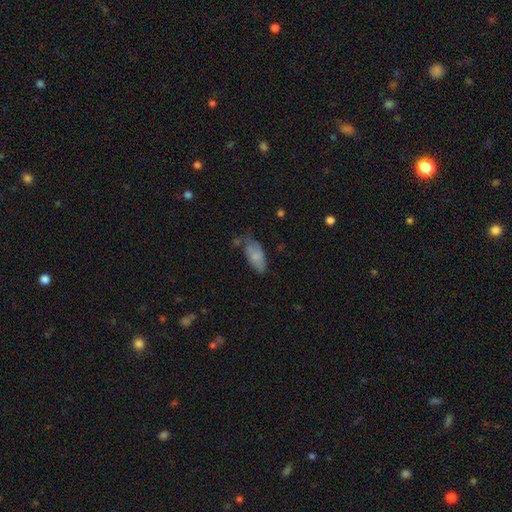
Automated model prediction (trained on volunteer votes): This appears to be a smooth galaxy with no disk features (71%) that is in between round and cigar-shaped (88%). Merging: none (46%).